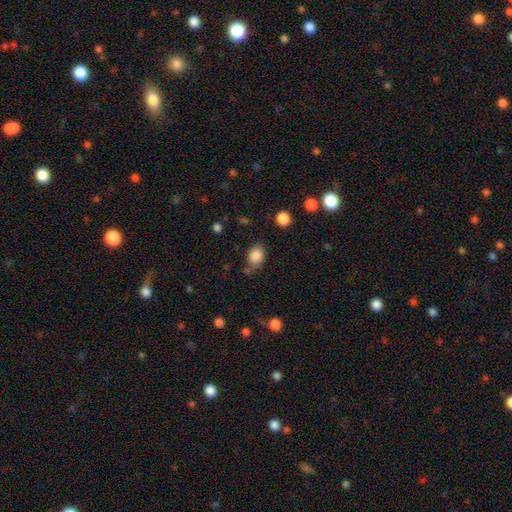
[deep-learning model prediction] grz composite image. It shows a smooth galaxy with no disk features (86%) that is in between round and cigar-shaped (59%). Merging: none (67%).